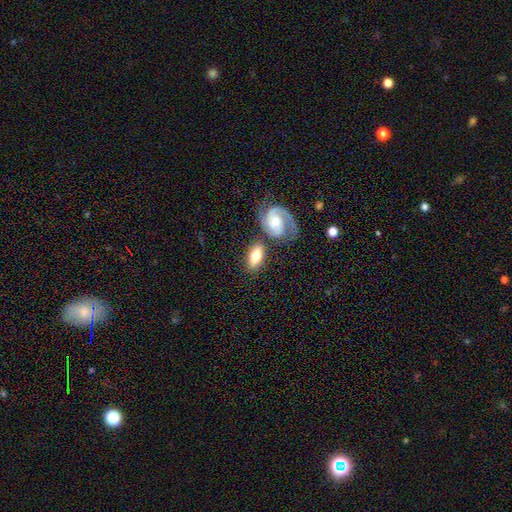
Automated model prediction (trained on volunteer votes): smooth 60%, featured or disk 34%, star or artifact 6%. Down the decision tree: how rounded — in between (82%); merging — none (62%).